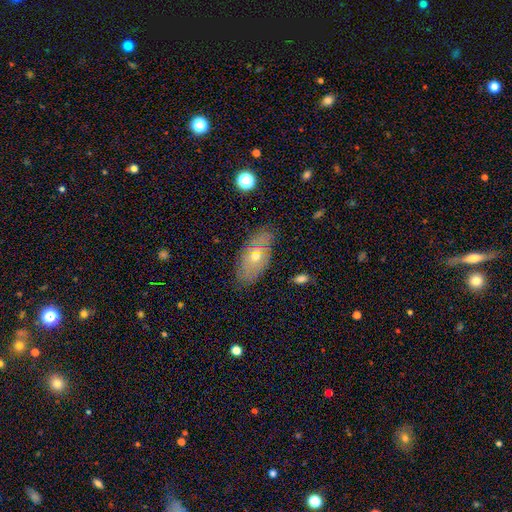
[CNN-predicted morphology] Smooth or featured?
  - smooth: 46% *
  - featured or disk: 45%
  - star or artifact: 9%
Merging?
  - none: 79% *
  - minor disturbance: 15%
  - major disturbance: 4%
  - merger: 2%